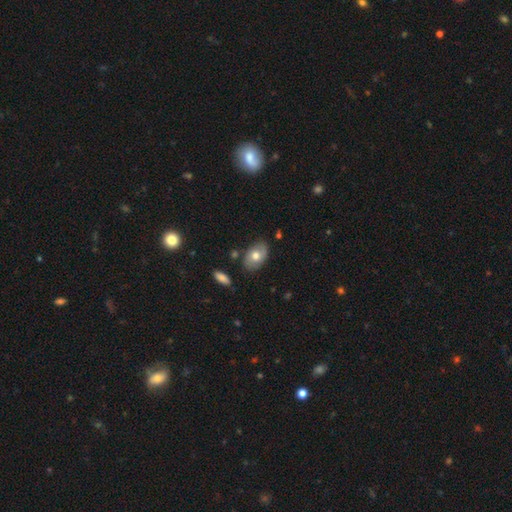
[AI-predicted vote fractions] Smooth or featured: smooth — 63% (featured or disk — 30%)
How rounded: in between — 88% (round — 11%)
Merging: none — 77% (minor disturbance — 17%)